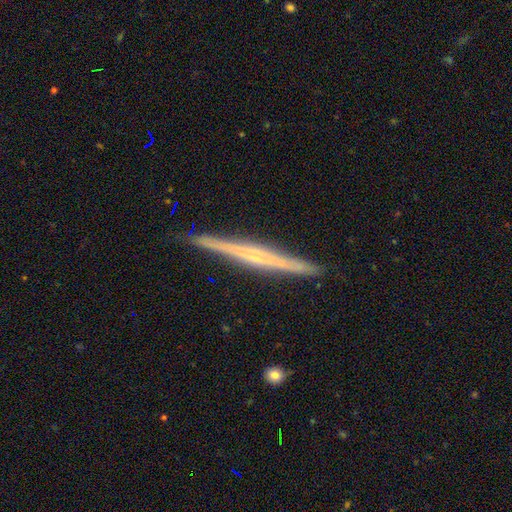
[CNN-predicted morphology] Overall: featured or disk (74%). Edge-on disk: yes (98%). Edge-on bulge: rounded (43%, tied with none). Merging: none (91%).